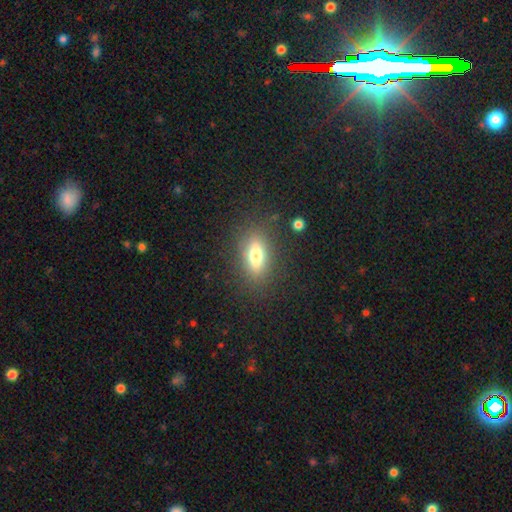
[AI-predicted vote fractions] smooth 71%, featured or disk 19%, star or artifact 10%. Down the decision tree: how rounded — in between (76%); merging — none (83%).